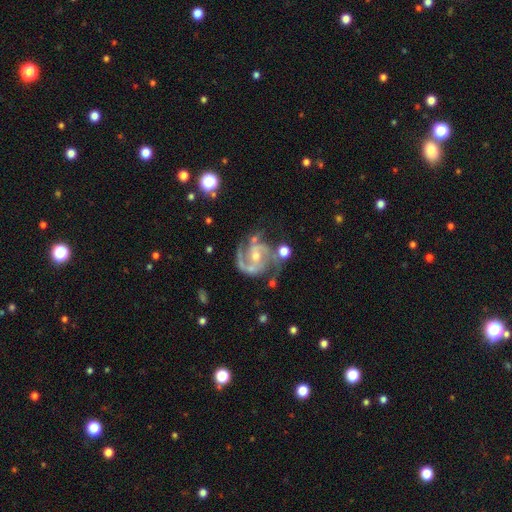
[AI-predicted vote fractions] A featured or disk galaxy (91%) with no bar (44%), 2 (76%) medium (58%) spiral arms (98%) and a small central bulge (50%). Merging: none (63%).